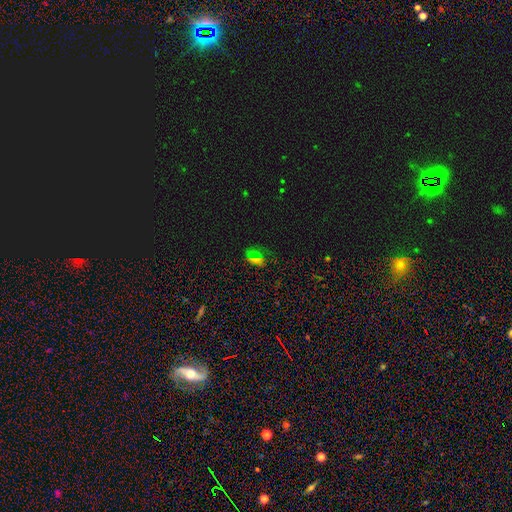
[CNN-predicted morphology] This is possibly a star or artifact rather than a galaxy (49%).